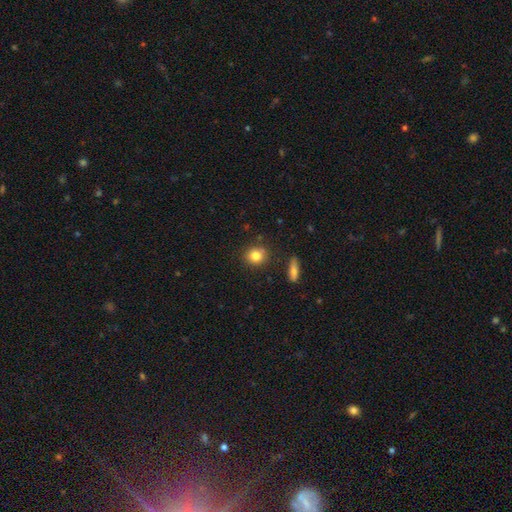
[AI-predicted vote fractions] smooth_or_featured: smooth (p=0.82) [alt: star or artifact p=0.10]
how_rounded: round (p=0.81) [alt: in between p=0.18]
merging: none (p=0.82) [alt: minor disturbance p=0.11]